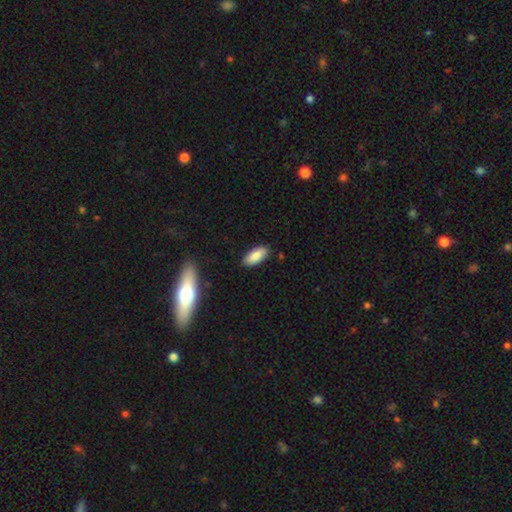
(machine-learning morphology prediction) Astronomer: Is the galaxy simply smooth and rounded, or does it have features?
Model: smooth — 84%.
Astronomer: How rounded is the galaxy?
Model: in between — 85%.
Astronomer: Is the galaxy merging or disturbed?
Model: none — 86%.